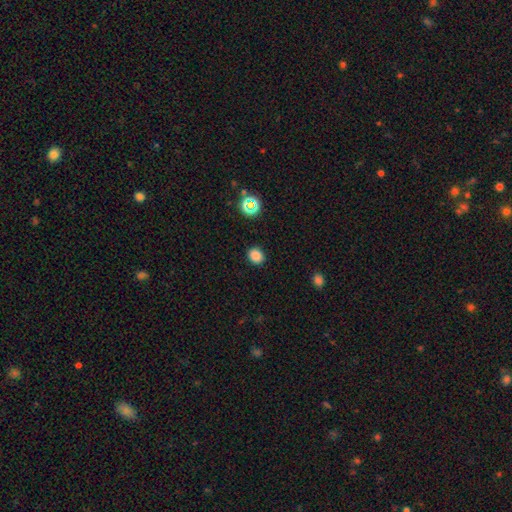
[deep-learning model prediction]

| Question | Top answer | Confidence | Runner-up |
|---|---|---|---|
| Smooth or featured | smooth | 83% | star or artifact (14%) |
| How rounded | round | 63% | in between (36%) |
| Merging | none | 88% | minor disturbance (8%) |